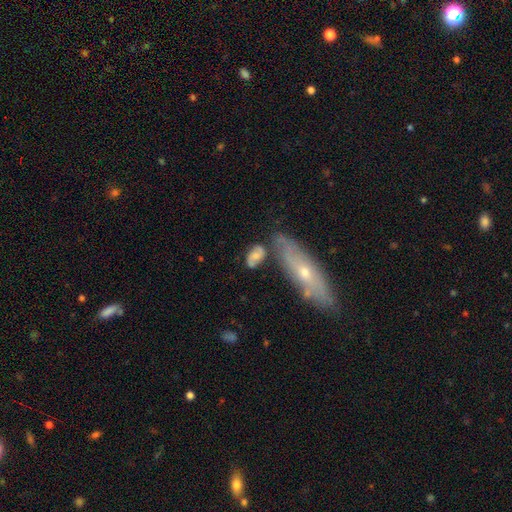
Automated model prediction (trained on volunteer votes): Smooth or featured: smooth — 51% (featured or disk — 41%)
How rounded: in between — 83% (round — 11%)
Merging: none — 51% (minor disturbance — 20%)